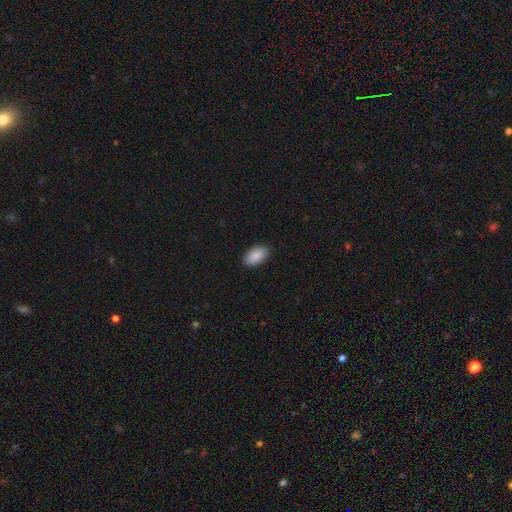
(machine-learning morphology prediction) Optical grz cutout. It shows a smooth galaxy with no disk features (87%) that is in between round and cigar-shaped (94%). Merging: none (88%).